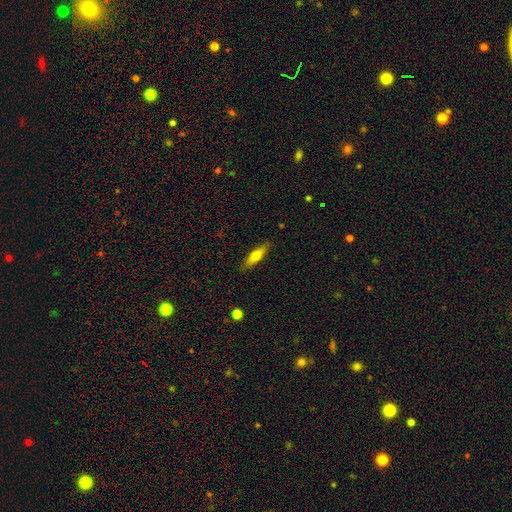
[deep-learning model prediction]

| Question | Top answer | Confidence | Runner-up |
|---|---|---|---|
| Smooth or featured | smooth | 55% | featured or disk (39%) |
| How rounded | cigar-shaped | 70% | in between (28%) |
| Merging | none | 88% | minor disturbance (9%) |